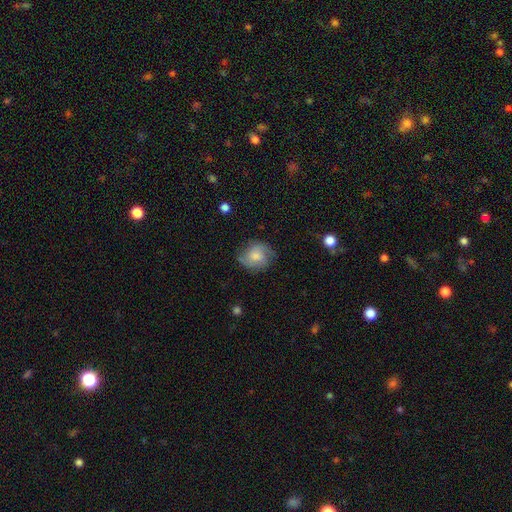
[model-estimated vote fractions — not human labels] Smooth or featured? Predicted: featured or disk (p=0.46, tied with smooth). Merging? Predicted: none (p=0.68).